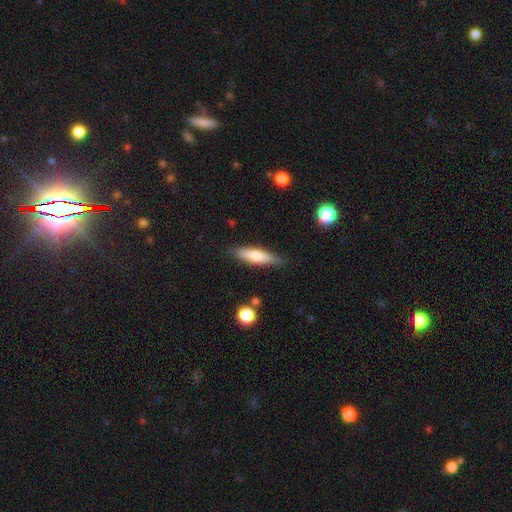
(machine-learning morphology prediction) Overall: smooth (66%; featured or disk 28%). How rounded: cigar-shaped (69%; in between 29%). Merging: none (83%).